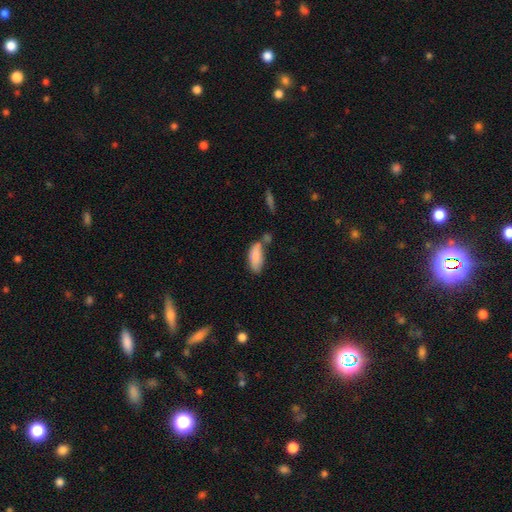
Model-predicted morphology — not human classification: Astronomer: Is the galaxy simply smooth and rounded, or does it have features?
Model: smooth — 84%.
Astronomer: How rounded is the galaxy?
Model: in between — 78%.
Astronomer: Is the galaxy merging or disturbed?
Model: none — 44% (runner-up: merger, 24%).